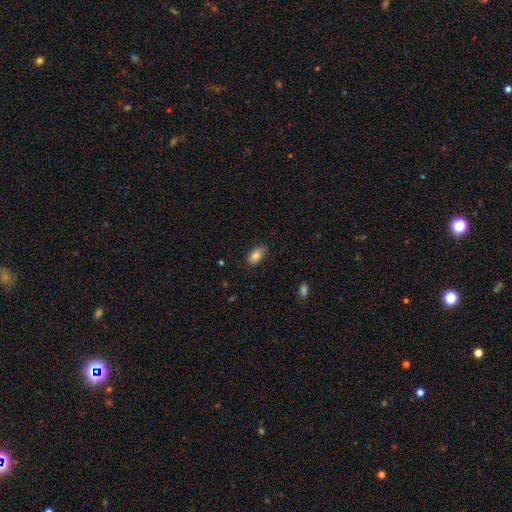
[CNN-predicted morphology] Q: Smooth or featured?
A: smooth (85%); runner-up: featured or disk (8%)
Q: How rounded?
A: in between (92%); runner-up: round (5%)
Q: Merging?
A: none (83%); runner-up: minor disturbance (13%)